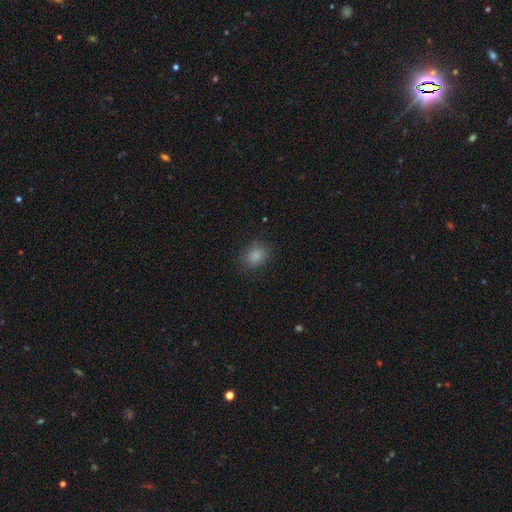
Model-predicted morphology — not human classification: Smooth or featured? Predicted: smooth (p=0.84). How rounded? Predicted: round (p=0.61). Merging? Predicted: none (p=0.85).